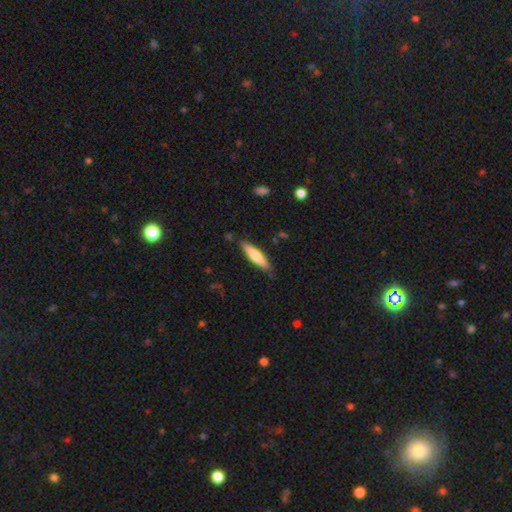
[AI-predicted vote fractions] smooth 66%, featured or disk 28%, star or artifact 5%. Down the decision tree: how rounded — cigar-shaped (79%); merging — none (82%).